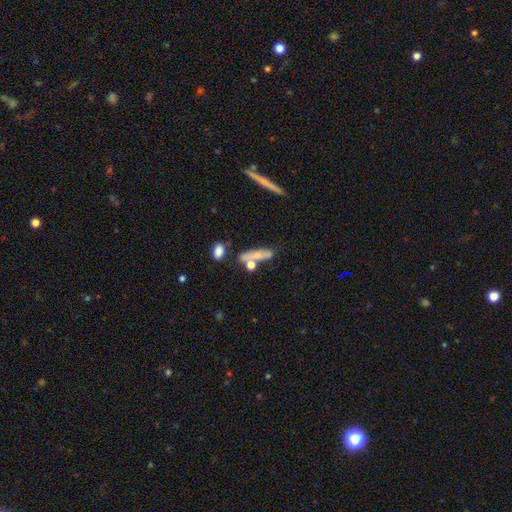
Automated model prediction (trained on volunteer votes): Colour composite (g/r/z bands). It shows a smooth galaxy with no disk features (64%) that is cigar-shaped (59%). Merging: none (53%).